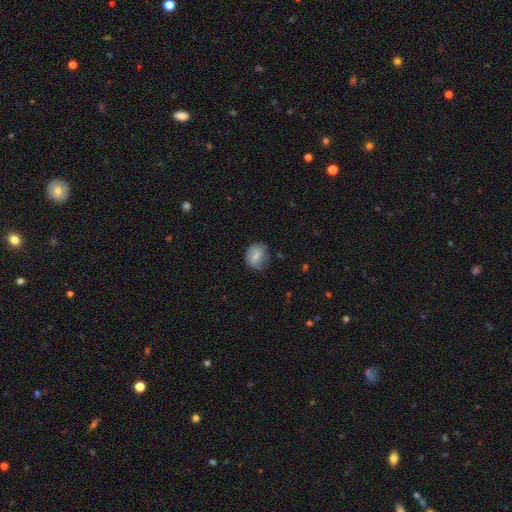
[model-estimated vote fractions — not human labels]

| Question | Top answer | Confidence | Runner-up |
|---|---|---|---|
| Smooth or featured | smooth | 74% | featured or disk (19%) |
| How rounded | round | 53% | in between (46%) |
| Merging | none | 65% | minor disturbance (26%) |